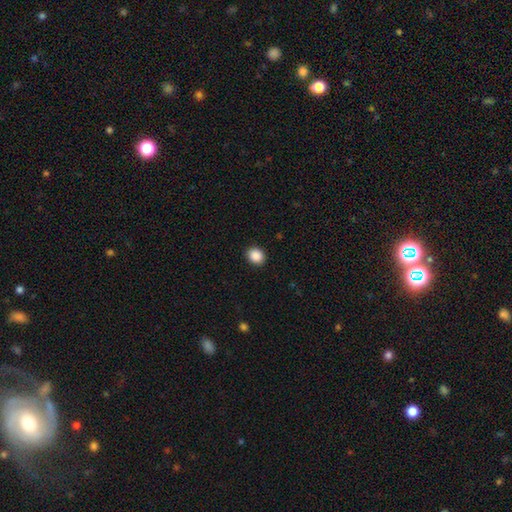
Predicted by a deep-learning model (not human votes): A smooth galaxy with no disk features (89%) that is round (69%). Merging: none (90%).